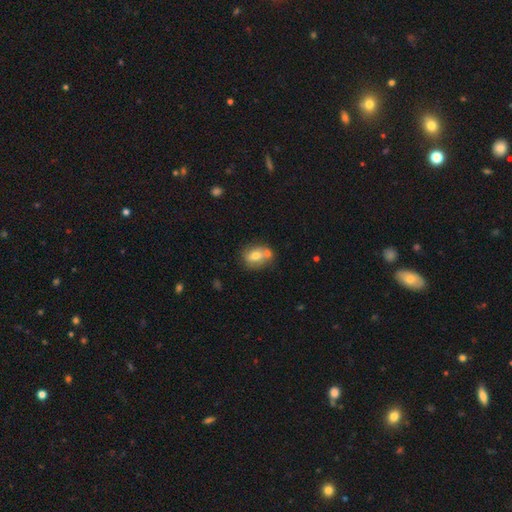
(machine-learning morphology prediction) Smooth or featured: smooth — 68% (featured or disk — 23%)
How rounded: in between — 55% (round — 43%)
Merging: none — 47% (merger — 35%)